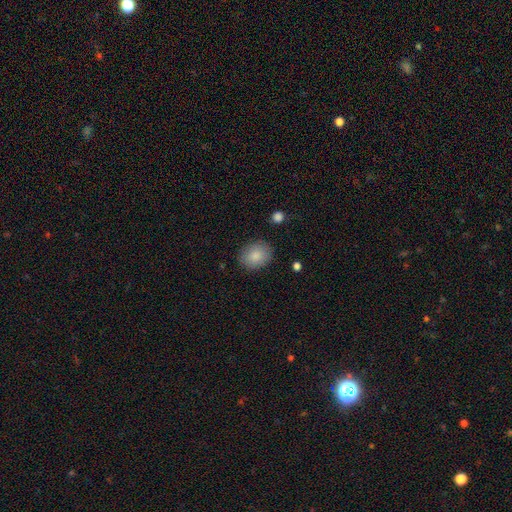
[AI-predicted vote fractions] This is clearly a smooth galaxy (86%). How rounded: possibly round (52%). Merging: clearly none (86%).